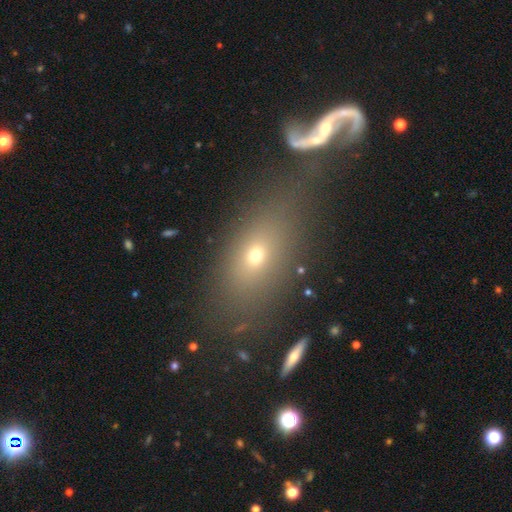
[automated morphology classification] The model was most divided on "smooth or featured": smooth: 52%, featured or disk: 32%, star or artifact: 16%. More confident: how rounded — in between (71%); merging — none (65%).